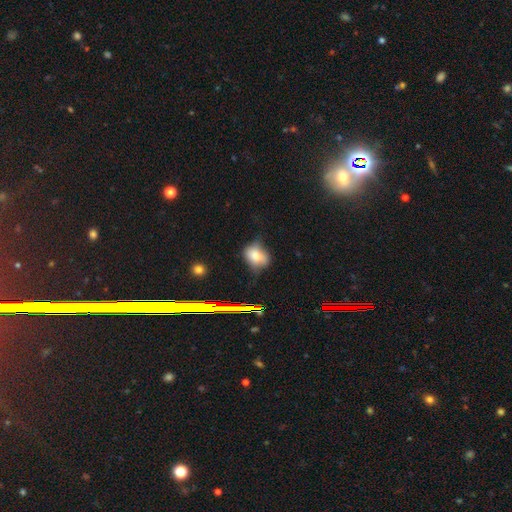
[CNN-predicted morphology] smooth_or_featured: smooth (p=0.67) [alt: featured or disk p=0.20]
how_rounded: in between (p=0.55) [alt: round p=0.43]
merging: none (p=0.47) [alt: minor disturbance p=0.36]